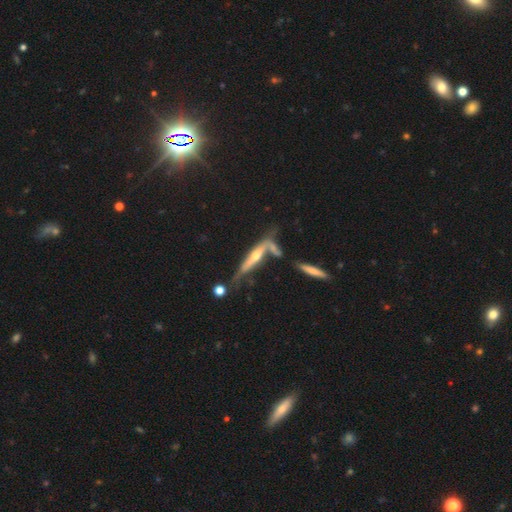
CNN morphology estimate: Smooth or featured: featured or disk — 71% (smooth — 22%)
Edge-on disk: yes — 83% (no — 17%)
Edge-on bulge: rounded — 84% (none — 10%)
Merging: none — 42% (minor disturbance — 23%)